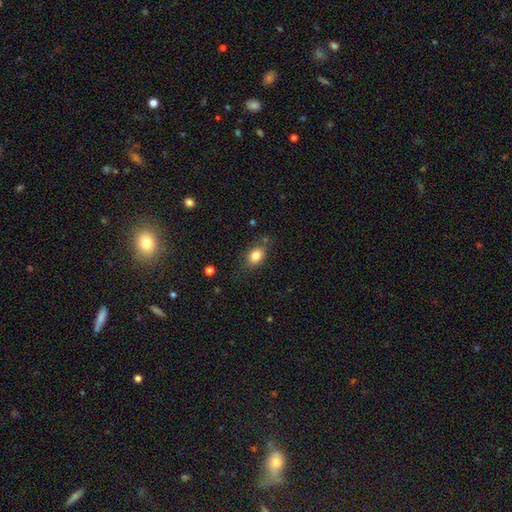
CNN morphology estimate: Smooth or featured? smooth (81%)
How rounded? in between (72%)
Merging? none (76%)